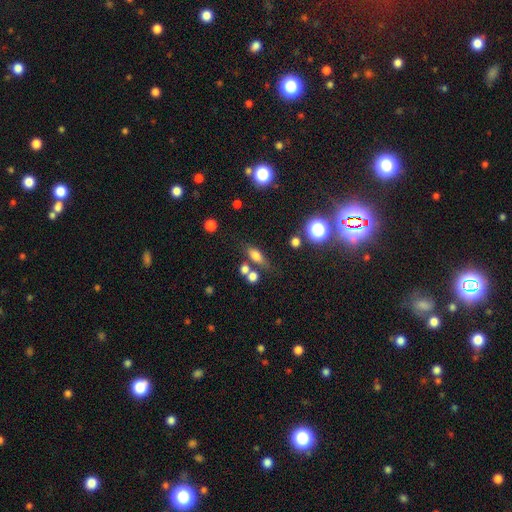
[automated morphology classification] Smooth or featured?
  - smooth: 71% *
  - featured or disk: 15%
  - star or artifact: 14%
How rounded?
  - in between: 68% *
  - cigar-shaped: 20%
  - round: 12%
Merging?
  - none: 60% *
  - merger: 19%
  - minor disturbance: 14%
  - major disturbance: 7%